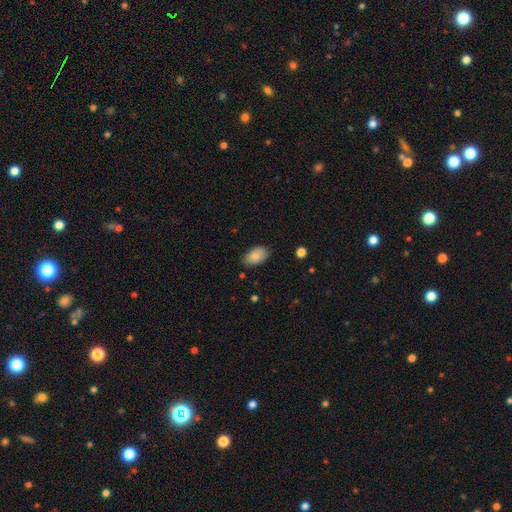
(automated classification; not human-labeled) Smooth or featured: smooth — 81% (featured or disk — 12%)
How rounded: in between — 93% (round — 5%)
Merging: none — 80% (minor disturbance — 16%)